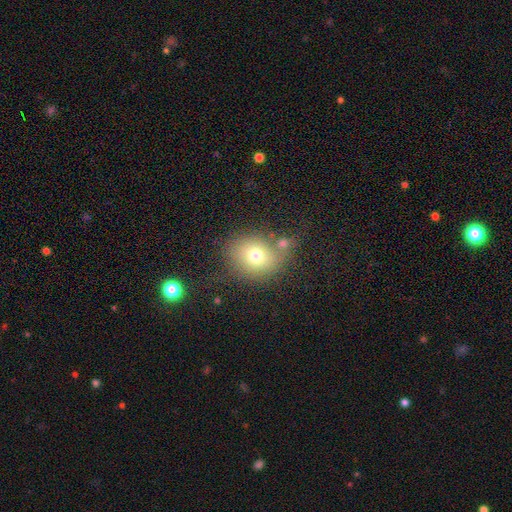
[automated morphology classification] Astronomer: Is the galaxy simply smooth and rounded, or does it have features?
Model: smooth — 72%.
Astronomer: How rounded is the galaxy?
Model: round — 73%.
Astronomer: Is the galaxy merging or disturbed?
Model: none — 59%.